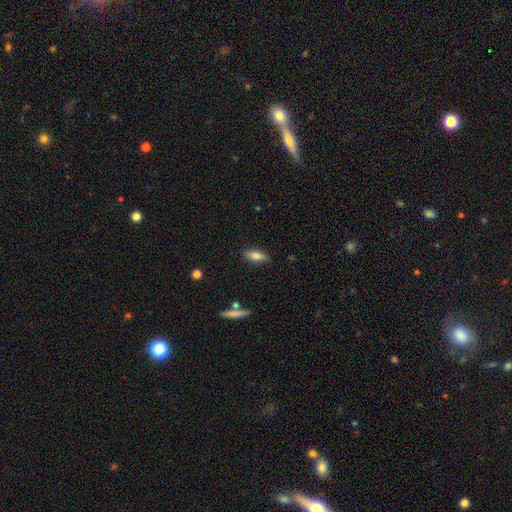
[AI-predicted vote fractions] A smooth galaxy with no disk features (80%) that is in between round and cigar-shaped (72%).

Vote fractions:
- Smooth or featured? smooth: 80% / featured or disk: 13% / star or artifact: 7%
- How rounded? in between: 72% / cigar-shaped: 25% / round: 2%
- Merging? none: 85% / minor disturbance: 11% / major disturbance: 2% / merger: 2%